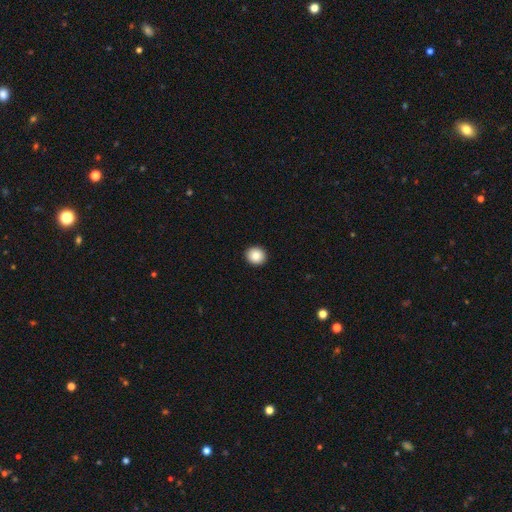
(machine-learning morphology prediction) Smooth or featured?
  - smooth: 87% *
  - star or artifact: 8%
  - featured or disk: 5%
How rounded?
  - round: 86% *
  - in between: 13%
  - cigar-shaped: 1%
Merging?
  - none: 93% *
  - minor disturbance: 4%
  - major disturbance: 1%
  - merger: 1%